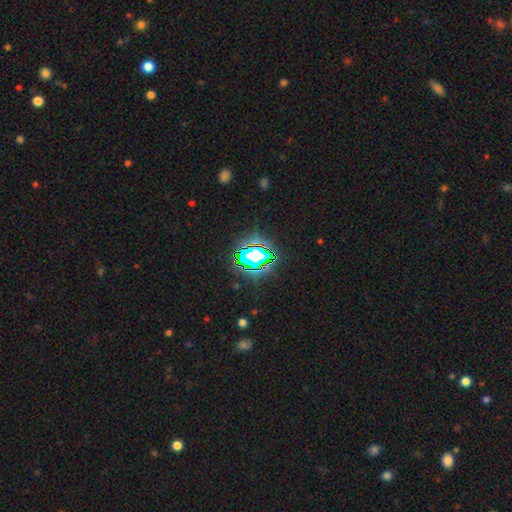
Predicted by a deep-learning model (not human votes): star or artifact 69%, smooth 17%, featured or disk 13%.